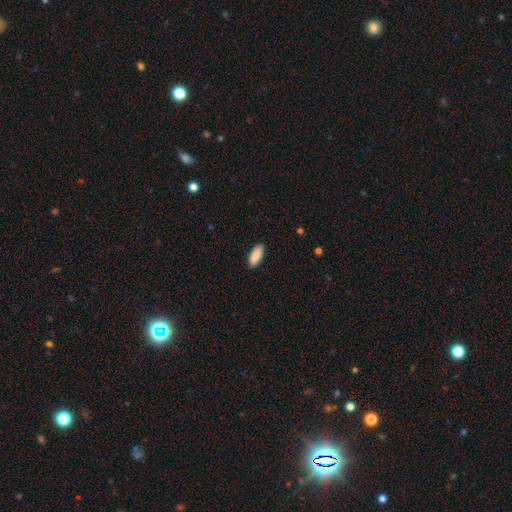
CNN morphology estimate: smooth_or_featured: smooth (p=0.90) [alt: star or artifact p=0.06]
how_rounded: in between (p=0.81) [alt: cigar-shaped p=0.17]
merging: none (p=0.89) [alt: minor disturbance p=0.09]